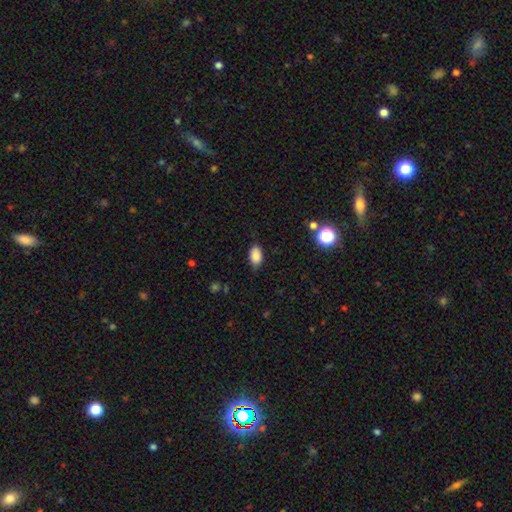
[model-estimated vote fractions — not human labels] Morphology: type=smooth (86%); roundness=in between (90%); merging=none (77%).